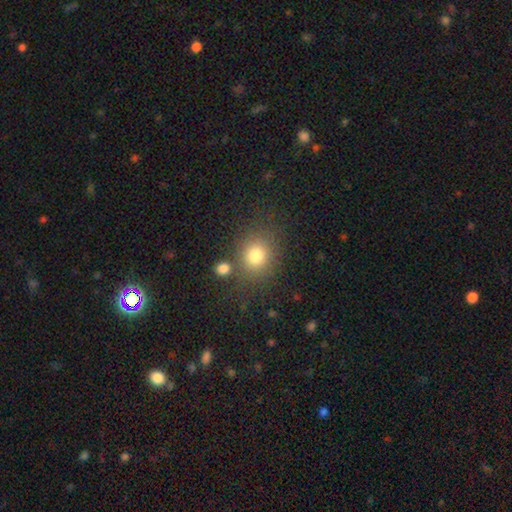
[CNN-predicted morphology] A smooth galaxy with no disk features (79%) that is round (71%).

Vote fractions:
- Smooth or featured? smooth: 79% / star or artifact: 13% / featured or disk: 9%
- How rounded? round: 71% / in between: 28% / cigar-shaped: 1%
- Merging? none: 75% / minor disturbance: 11% / merger: 9% / major disturbance: 5%